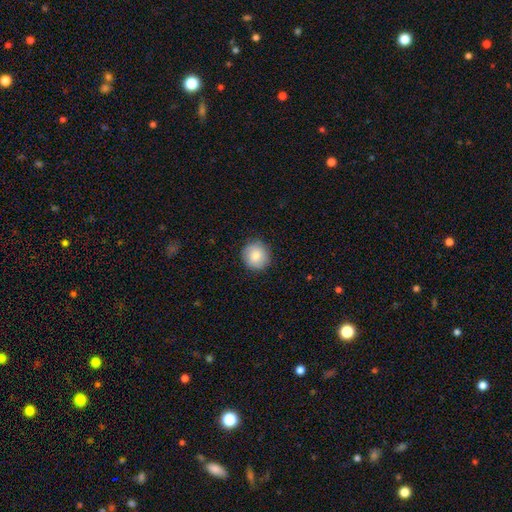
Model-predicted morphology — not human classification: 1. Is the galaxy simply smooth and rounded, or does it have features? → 82% smooth, 10% featured or disk, 8% star or artifact.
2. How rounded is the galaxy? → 92% round, 7% in between, 1% cigar-shaped.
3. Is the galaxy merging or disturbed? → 88% none, 9% minor disturbance, 2% major disturbance, 1% merger.